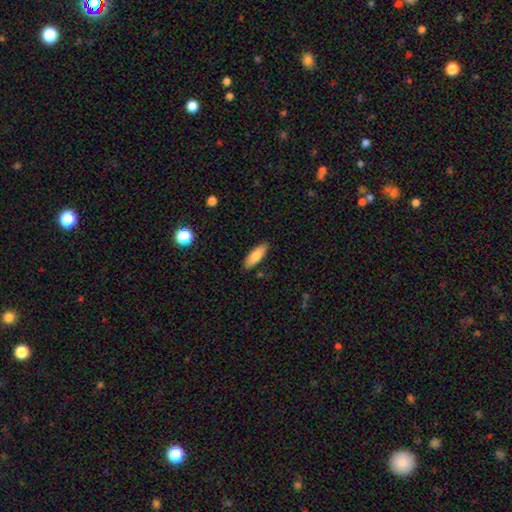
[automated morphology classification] Overall: smooth (81%). How rounded: in between (58%; cigar-shaped 40%). Merging: none (88%).